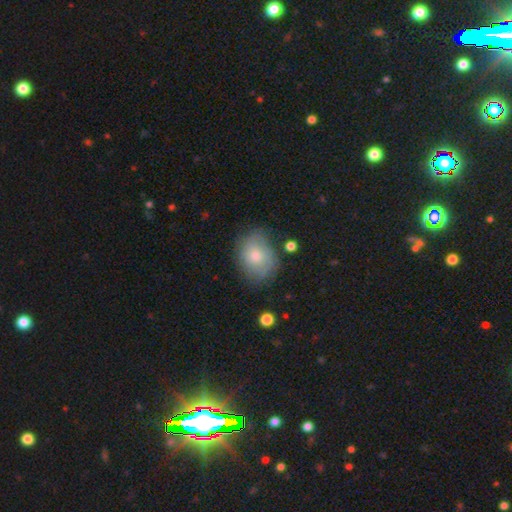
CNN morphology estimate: Smooth or featured? smooth (67%)
How rounded? in between (58%)
Merging? none (68%)